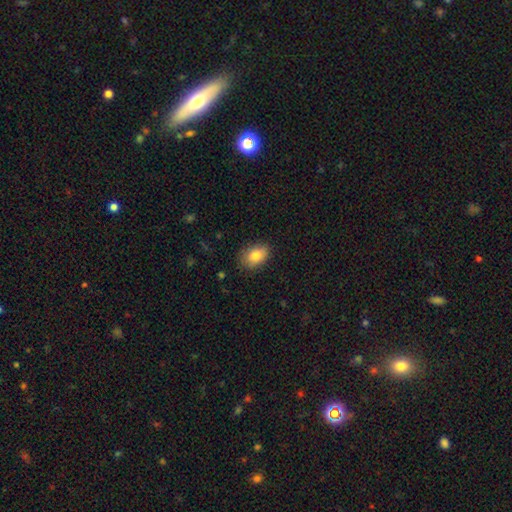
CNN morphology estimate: Smooth or featured: smooth — 84% (featured or disk — 8%)
How rounded: in between — 84% (round — 15%)
Merging: none — 82% (minor disturbance — 14%)